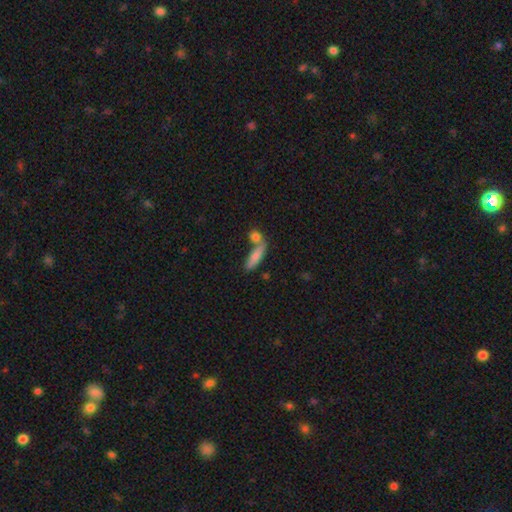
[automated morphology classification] This is likely a smooth galaxy (77%). How rounded: possibly cigar-shaped (55%). Merging: possibly none (46%).